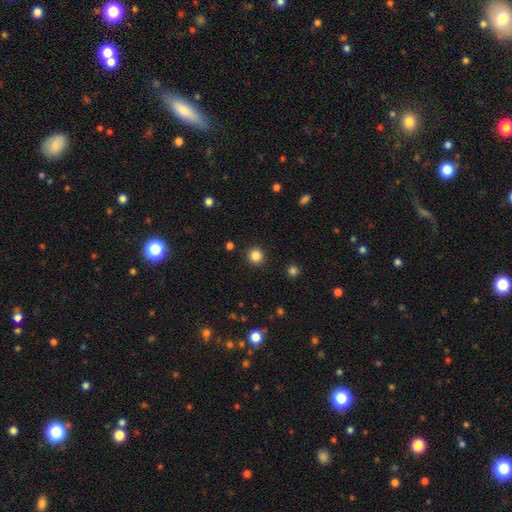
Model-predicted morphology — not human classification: Smooth or featured? smooth (85%)
How rounded? round (94%)
Merging? none (92%)